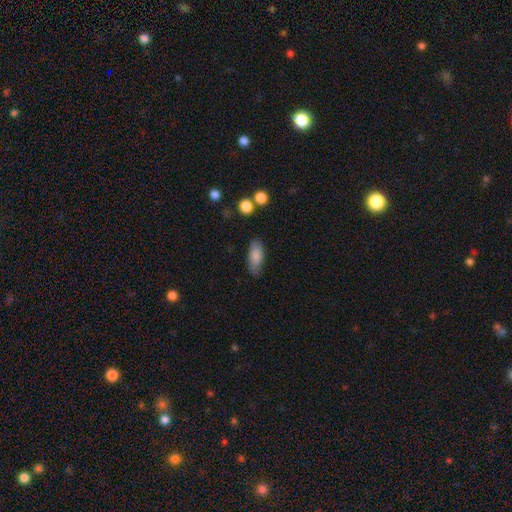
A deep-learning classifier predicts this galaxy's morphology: smooth_or_featured: smooth (p=0.83) [alt: featured or disk p=0.10]
how_rounded: in between (p=0.82) [alt: cigar-shaped p=0.15]
merging: none (p=0.77) [alt: minor disturbance p=0.17]